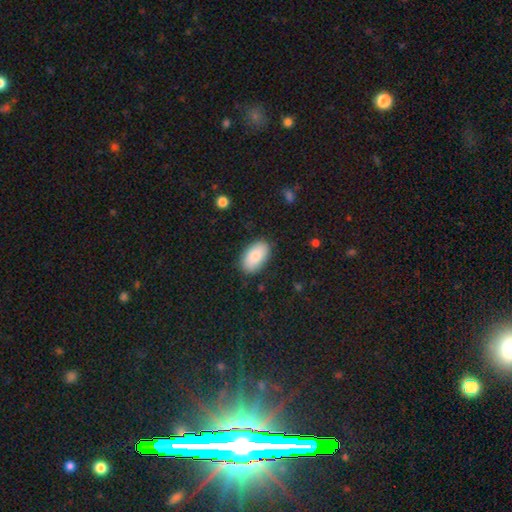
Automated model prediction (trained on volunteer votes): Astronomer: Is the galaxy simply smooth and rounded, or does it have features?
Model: smooth — 84%.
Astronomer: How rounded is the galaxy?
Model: in between — 94%.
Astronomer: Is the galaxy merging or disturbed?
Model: none — 86%.